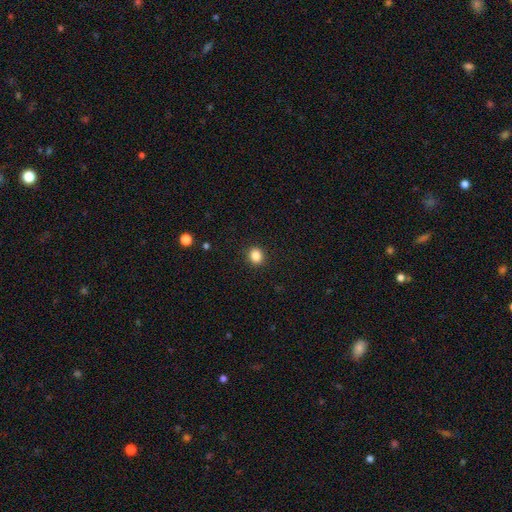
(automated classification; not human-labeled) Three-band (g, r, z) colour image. It shows a smooth galaxy with no disk features (85%) that is round (79%). Merging: none (92%).